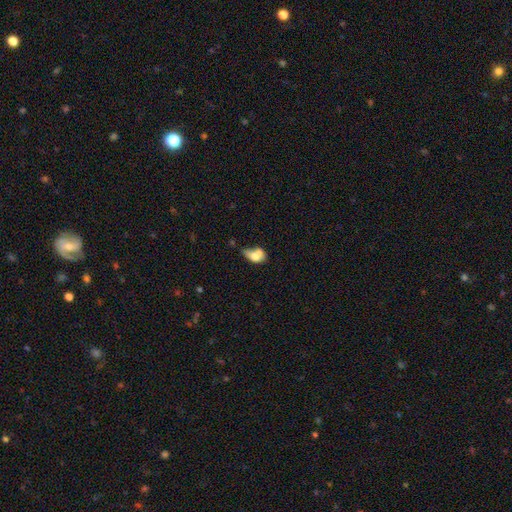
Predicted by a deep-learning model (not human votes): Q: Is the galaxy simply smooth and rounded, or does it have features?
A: smooth — 65%.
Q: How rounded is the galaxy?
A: in between — 73%.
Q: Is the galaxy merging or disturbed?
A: merger — 40%.